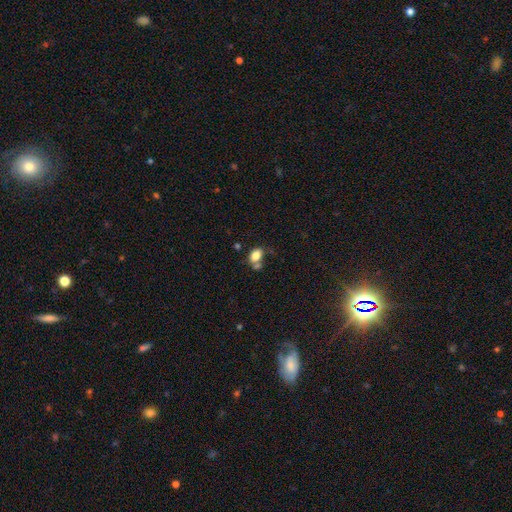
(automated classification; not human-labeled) A smooth galaxy with no disk features (81%) that is in between round and cigar-shaped (76%). Merging: none (50%).